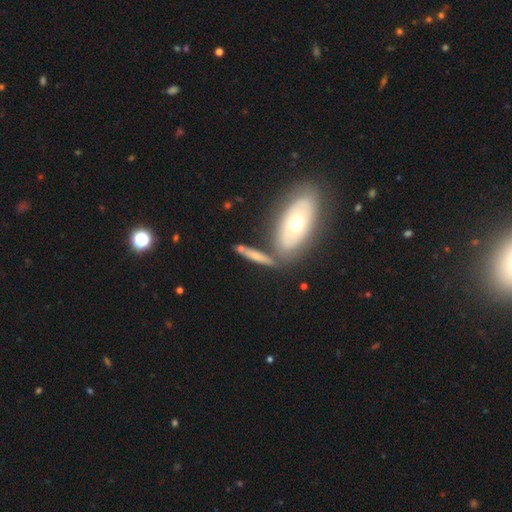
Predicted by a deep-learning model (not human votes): Morphology: type=smooth (54%); roundness=cigar-shaped (72%); merging=none (63%).